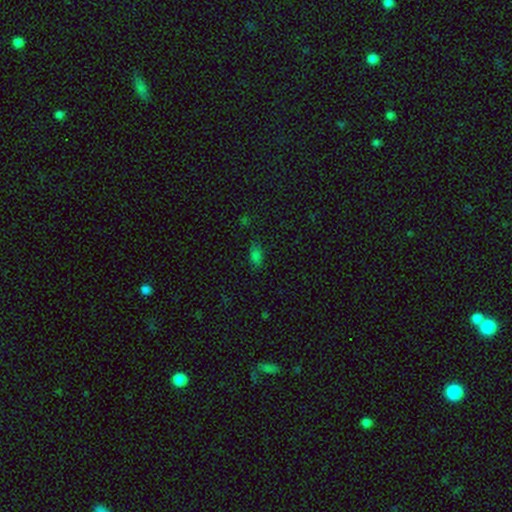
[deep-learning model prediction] The model was most divided on "smooth or featured": smooth: 74%, star or artifact: 21%, featured or disk: 5%. More confident: how rounded — in between (88%); merging — none (76%).